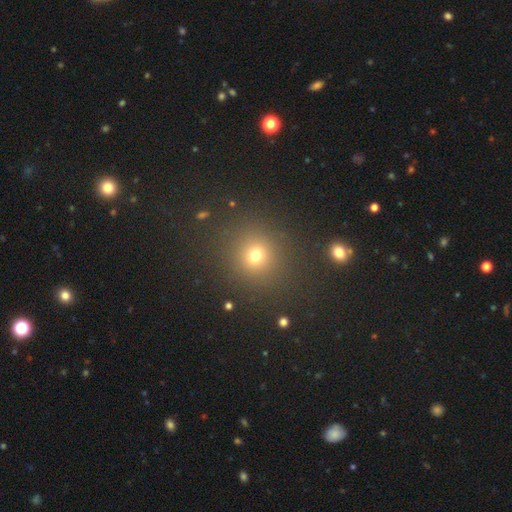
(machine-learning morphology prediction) Smooth or featured? Predicted: smooth (p=0.71). How rounded? Predicted: round (p=0.87). Merging? Predicted: none (p=0.86).